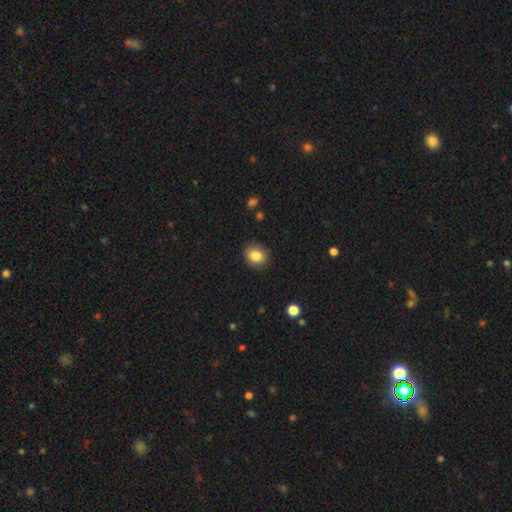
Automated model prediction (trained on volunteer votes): This is clearly a smooth galaxy (85%). How rounded: likely round (67%). Merging: clearly none (87%).